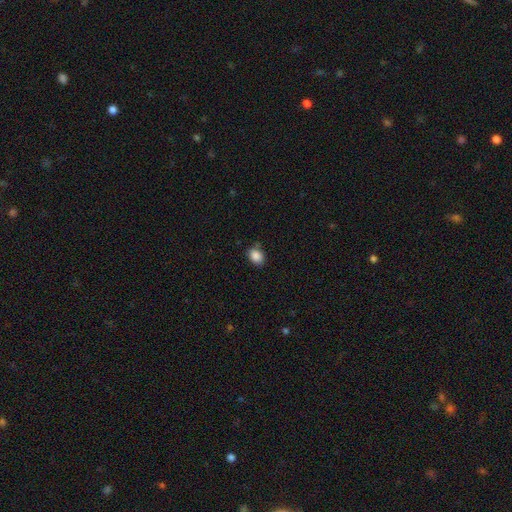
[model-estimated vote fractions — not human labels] Smooth or featured? smooth (87%)
How rounded? in between (69%)
Merging? none (76%)